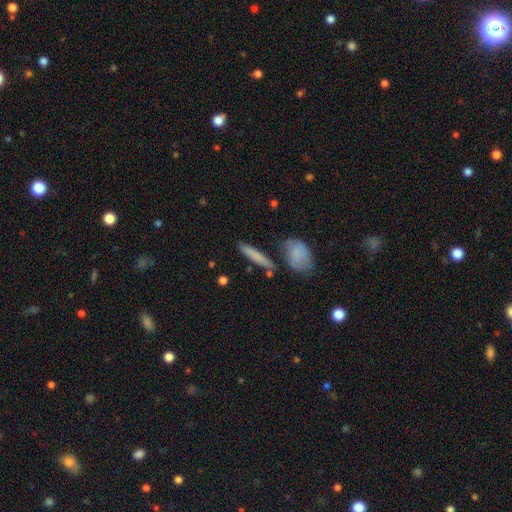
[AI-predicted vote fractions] Smooth or featured? smooth (76%)
How rounded? cigar-shaped (81%)
Merging? none (75%)